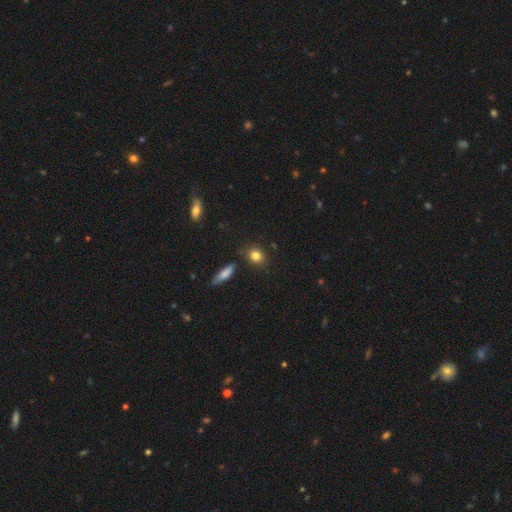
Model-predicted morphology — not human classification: smooth-or-featured: smooth: 83% | star or artifact: 10% | featured or disk: 7%
  how-rounded: round: 64% | in between: 32% | cigar-shaped: 3%
  merging: none: 82% | minor disturbance: 11% | merger: 4% | major disturbance: 3%